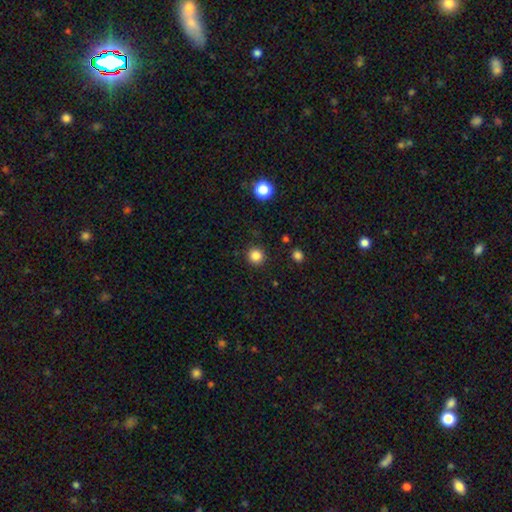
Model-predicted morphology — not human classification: A smooth galaxy with no disk features (84%) that is round (94%). Merging: none (90%).